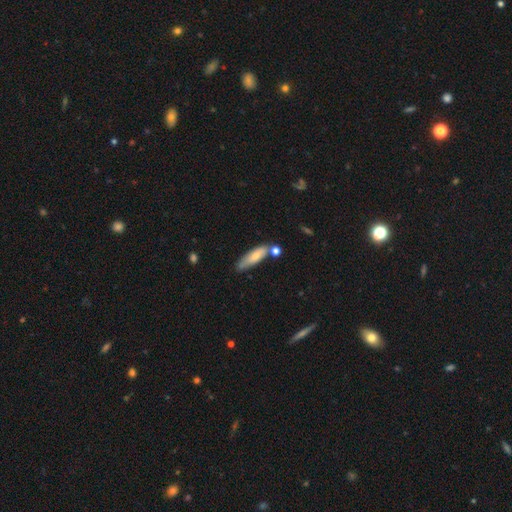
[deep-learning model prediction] Smooth or featured: smooth — 67% (featured or disk — 26%)
How rounded: cigar-shaped — 58% (in between — 40%)
Merging: none — 58% (minor disturbance — 22%)